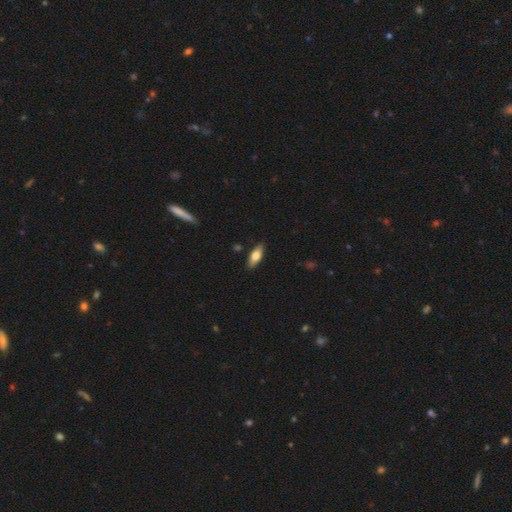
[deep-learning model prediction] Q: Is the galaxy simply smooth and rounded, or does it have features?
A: smooth — 72%.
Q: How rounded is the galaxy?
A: in between — 73%.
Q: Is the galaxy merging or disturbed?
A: none — 87%.